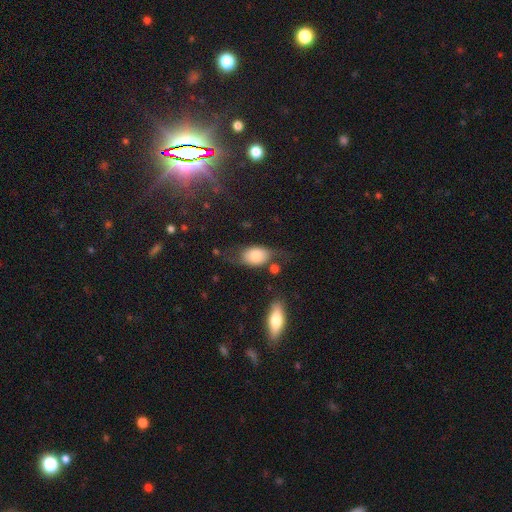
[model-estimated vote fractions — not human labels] The model was most divided on "merging": none: 48%, minor disturbance: 27%, major disturbance: 18%, merger: 7%. More confident: how rounded — in between (85%); smooth or featured — smooth (70%).